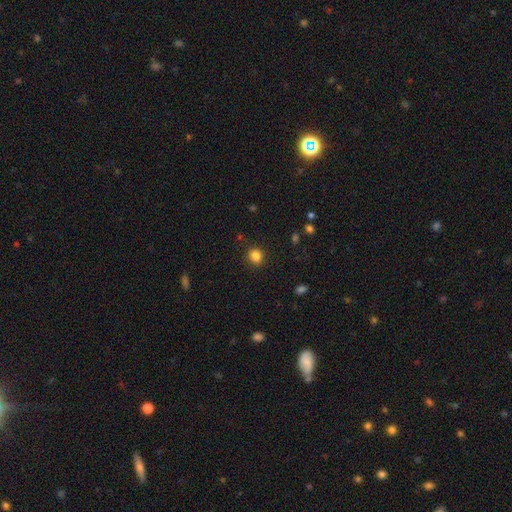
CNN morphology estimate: This is clearly a smooth galaxy (84%). How rounded: clearly round (81%). Merging: clearly none (89%).